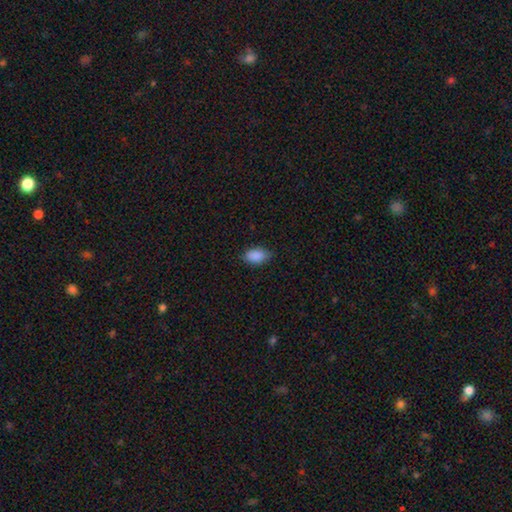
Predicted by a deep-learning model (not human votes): A smooth galaxy with no disk features (89%) that is in between round and cigar-shaped (91%). Merging: none (80%).